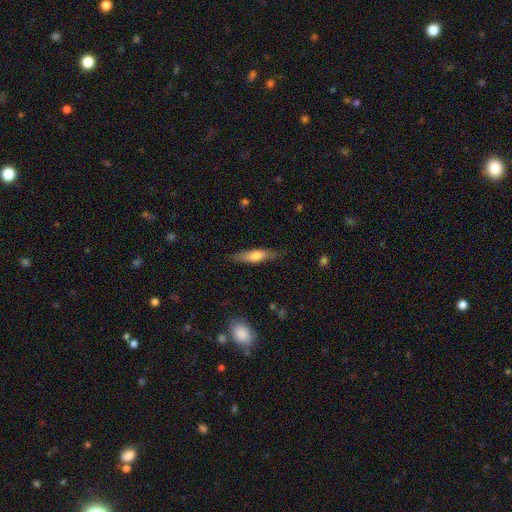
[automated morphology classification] Smooth or featured: smooth — 57% (featured or disk — 37%)
How rounded: cigar-shaped — 69% (in between — 29%)
Merging: none — 82% (minor disturbance — 14%)